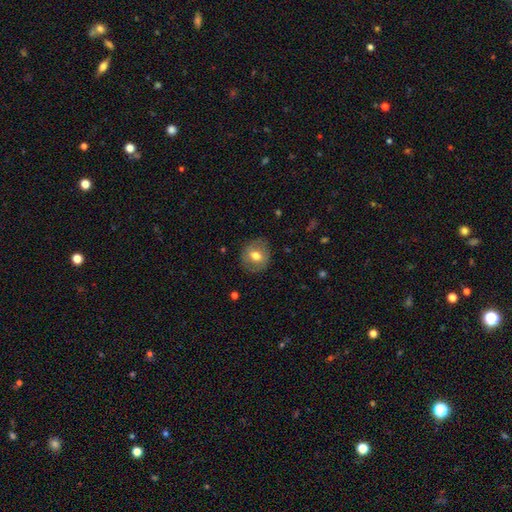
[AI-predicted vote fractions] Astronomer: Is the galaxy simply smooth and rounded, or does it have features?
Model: smooth — 64%.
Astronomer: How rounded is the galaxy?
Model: round — 82%.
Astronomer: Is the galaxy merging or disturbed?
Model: none — 84%.